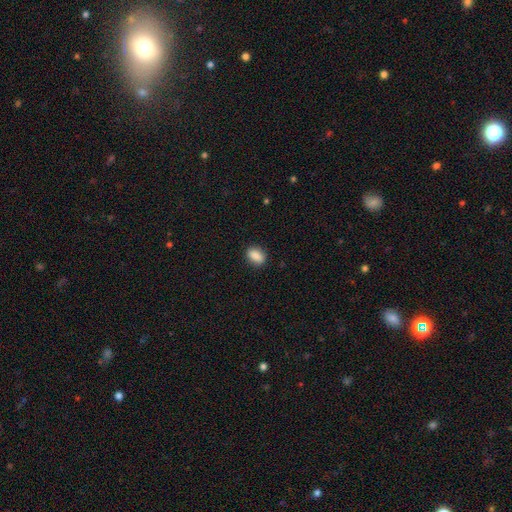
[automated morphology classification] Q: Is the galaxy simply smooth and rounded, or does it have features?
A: smooth — 87%.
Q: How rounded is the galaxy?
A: in between — 77%.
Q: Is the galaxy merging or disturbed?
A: none — 85%.